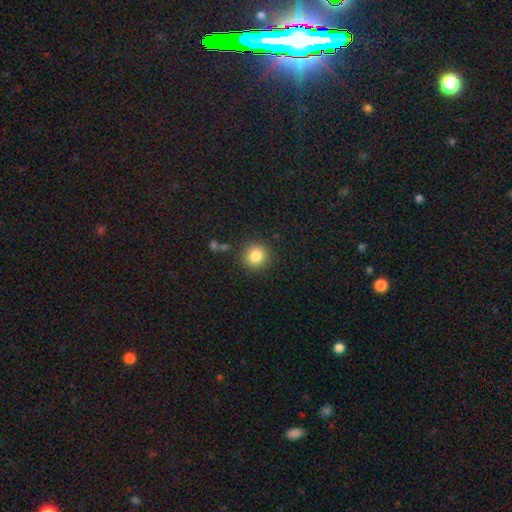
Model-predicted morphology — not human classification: smooth 84%, star or artifact 10%, featured or disk 6%. Down the decision tree: how rounded — round (92%); merging — none (88%).